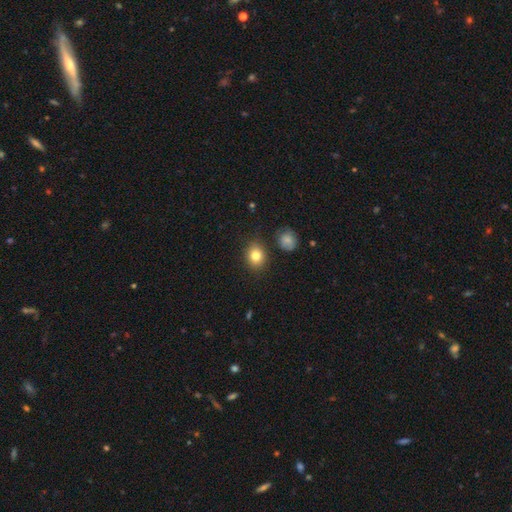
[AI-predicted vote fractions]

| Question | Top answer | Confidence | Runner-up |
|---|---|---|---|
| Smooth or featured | smooth | 82% | star or artifact (10%) |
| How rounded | round | 64% | in between (36%) |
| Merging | none | 85% | minor disturbance (9%) |